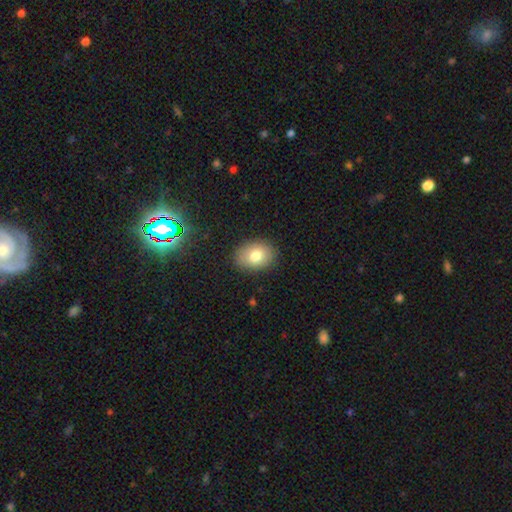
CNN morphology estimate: type=smooth (78%); roundness=in between (74%); merging=none (86%).